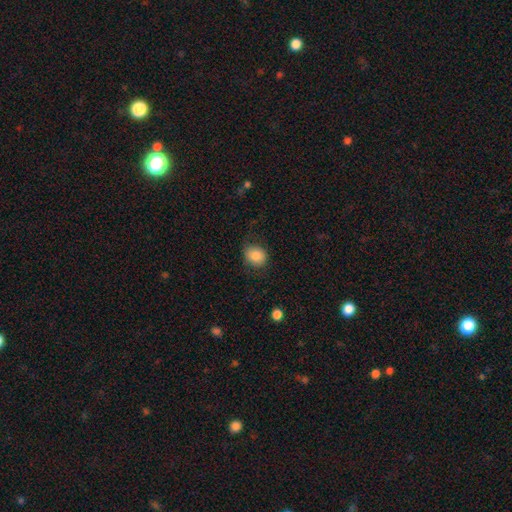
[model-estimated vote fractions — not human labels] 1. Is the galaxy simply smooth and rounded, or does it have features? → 84% smooth, 9% star or artifact, 7% featured or disk.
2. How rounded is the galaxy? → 67% round, 32% in between, 1% cigar-shaped.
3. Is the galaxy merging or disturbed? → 78% none, 16% minor disturbance, 5% major disturbance, 1% merger.